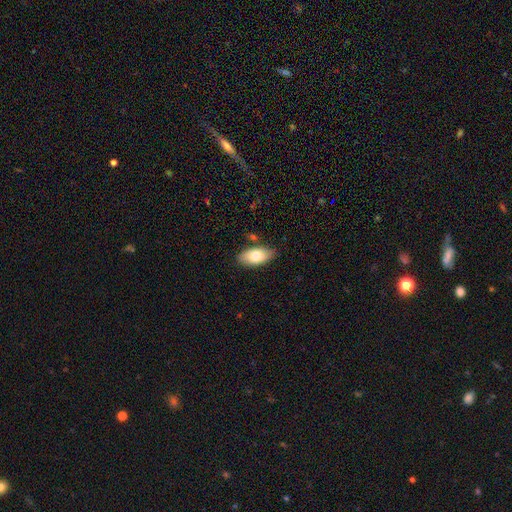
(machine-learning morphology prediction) Smooth or featured?
  - smooth: 76% *
  - featured or disk: 18%
  - star or artifact: 7%
How rounded?
  - in between: 92% *
  - cigar-shaped: 4%
  - round: 4%
Merging?
  - none: 79% *
  - minor disturbance: 14%
  - merger: 4%
  - major disturbance: 3%